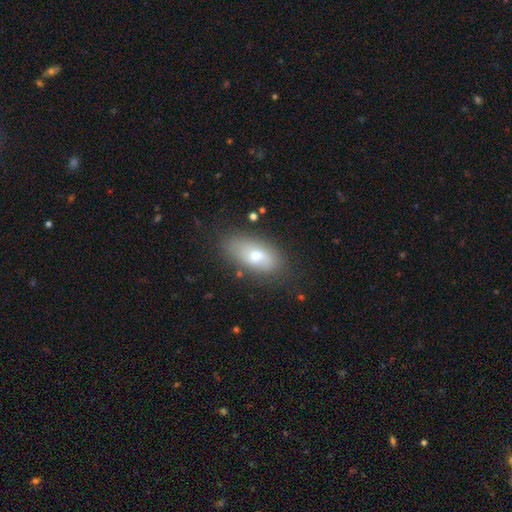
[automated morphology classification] smooth-or-featured: smooth: 70% | featured or disk: 19% | star or artifact: 11%
  how-rounded: in between: 88% | cigar-shaped: 7% | round: 5%
  merging: none: 81% | minor disturbance: 13% | major disturbance: 3% | merger: 2%